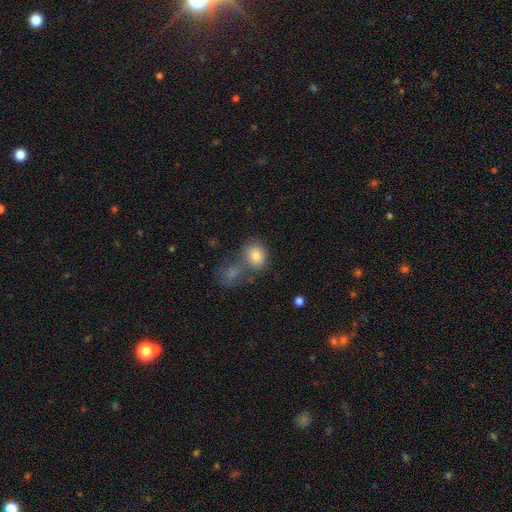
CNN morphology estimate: Smooth or featured? smooth (82%)
How rounded? round (60%)
Merging? none (49%)